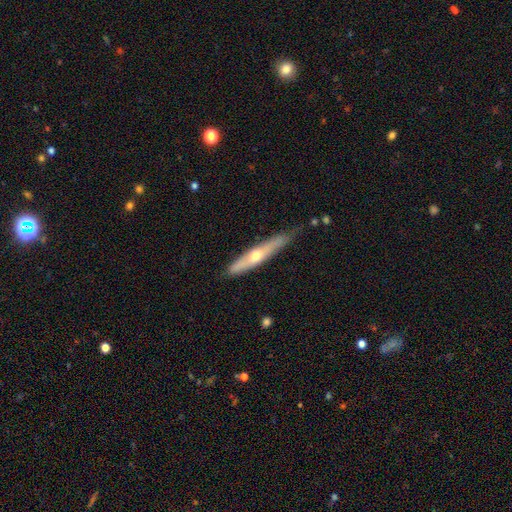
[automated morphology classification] type=featured or disk (54%); edge-on=yes (87%); merging=none (70%).